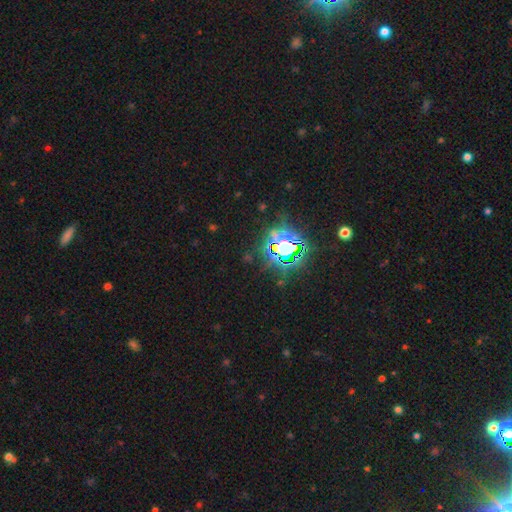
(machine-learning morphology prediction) Overall: star or artifact (82%).